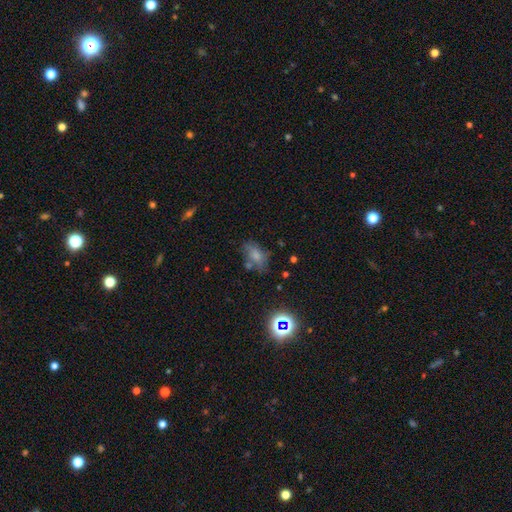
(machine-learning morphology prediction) smooth 59%, featured or disk 24%, star or artifact 17%. Down the decision tree: how rounded — in between (83%); merging — none (51%).